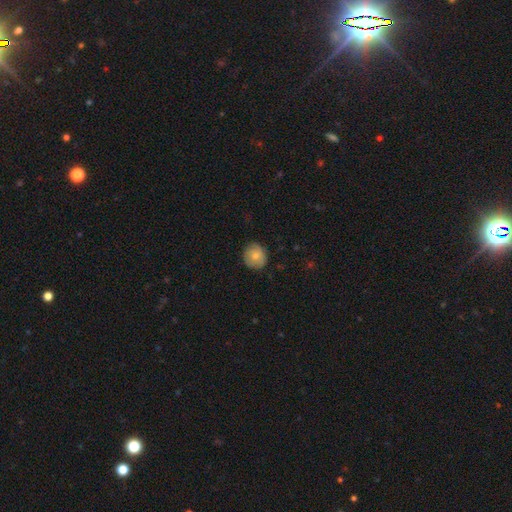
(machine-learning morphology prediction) Smooth or featured: smooth — 78% (featured or disk — 14%)
How rounded: round — 85% (in between — 14%)
Merging: none — 83% (minor disturbance — 14%)